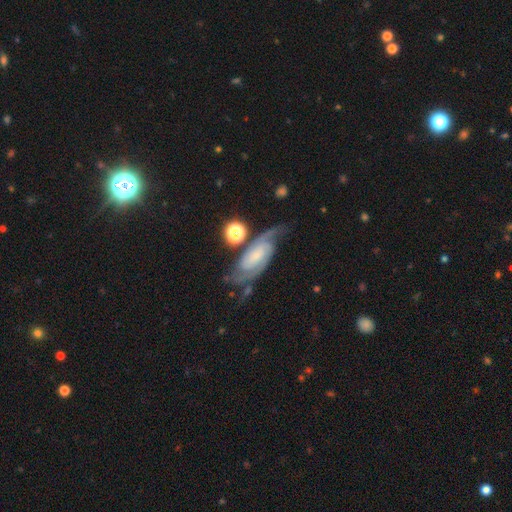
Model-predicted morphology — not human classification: Smooth or featured? featured or disk (87%)
Edge-on disk? no (95%)
Bar? no (46%)
Spiral arms? yes (98%)
Spiral winding? medium (47%)
Spiral arm count? 2 (88%)
Bulge size? small (56%)
Merging? none (68%)